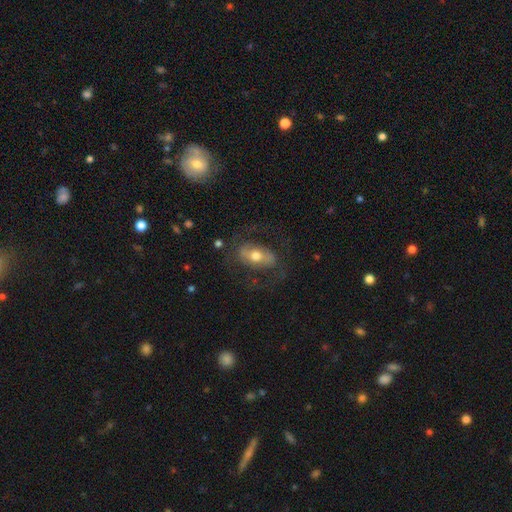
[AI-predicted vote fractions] This appears to be a featured or disk galaxy (61%) with a strong bar (35%), spiral arms (66%) and a moderate central bulge (69%). Merging: none (67%).